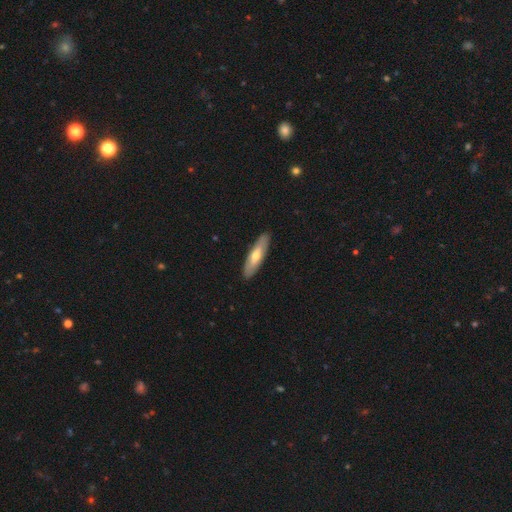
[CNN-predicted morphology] Smooth or featured: smooth — 53% (featured or disk — 42%)
How rounded: cigar-shaped — 61% (in between — 37%)
Merging: none — 89% (minor disturbance — 8%)